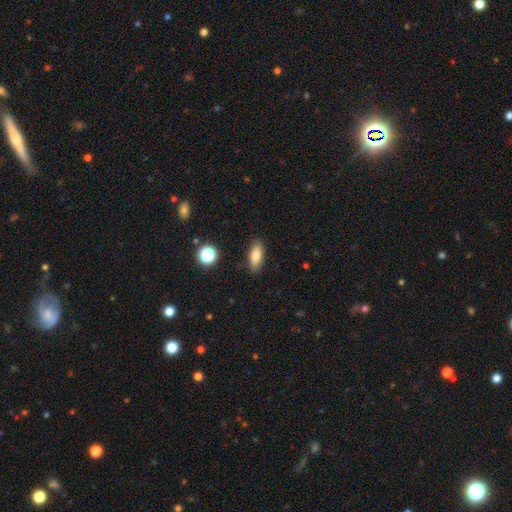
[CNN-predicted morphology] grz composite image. It shows a smooth galaxy with no disk features (78%) that is in between round and cigar-shaped (74%). Merging: none (87%).